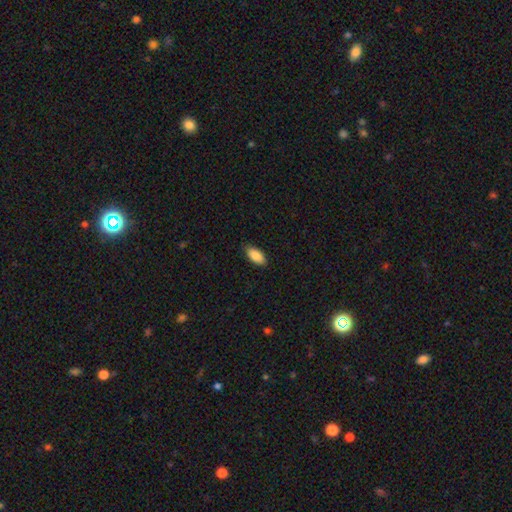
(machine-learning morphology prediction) type=smooth (88%); roundness=in between (89%); merging=none (87%).